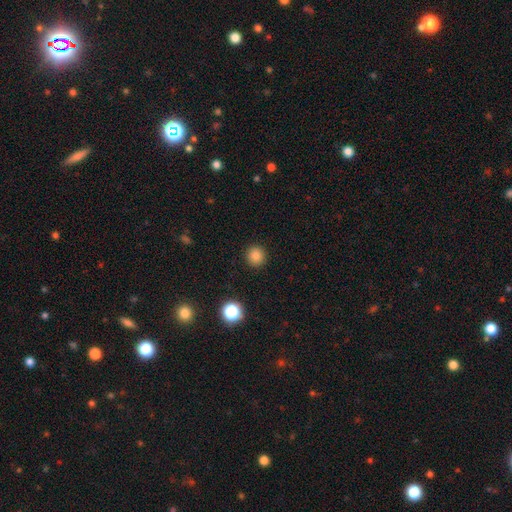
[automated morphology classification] Smooth or featured: smooth — 83% (star or artifact — 13%)
How rounded: round — 94% (in between — 6%)
Merging: none — 92% (minor disturbance — 5%)